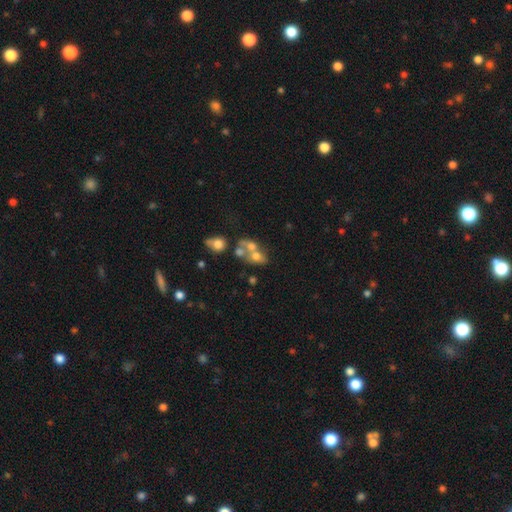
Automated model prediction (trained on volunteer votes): smooth 55%, featured or disk 30%, star or artifact 15%. Down the decision tree: how rounded — in between (55%); merging — merger (58%).